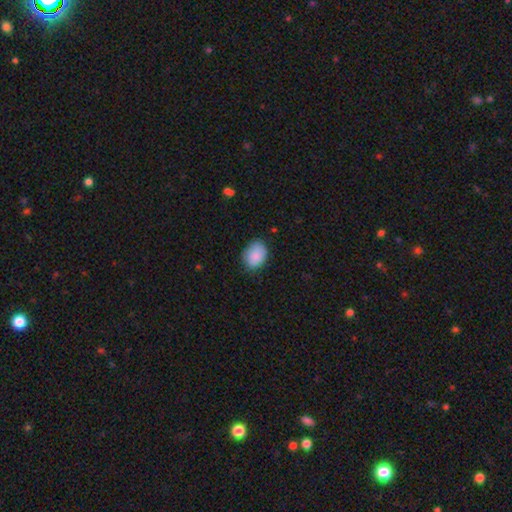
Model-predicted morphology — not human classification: Overall: smooth (87%). How rounded: in between (66%; round 33%). Merging: none (74%).